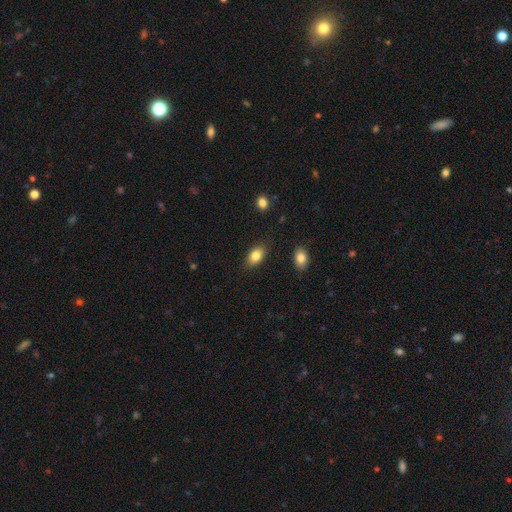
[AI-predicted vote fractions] The model was most divided on "smooth or featured": smooth: 83%, featured or disk: 9%, star or artifact: 8%. More confident: how rounded — in between (90%); merging — none (85%).